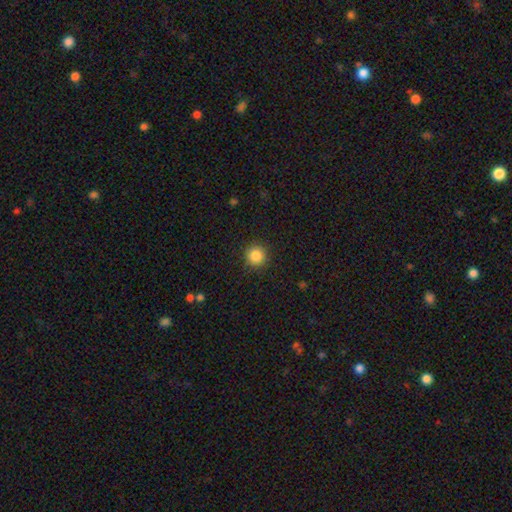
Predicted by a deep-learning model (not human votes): Overall: smooth (86%). How rounded: round (95%). Merging: none (92%).